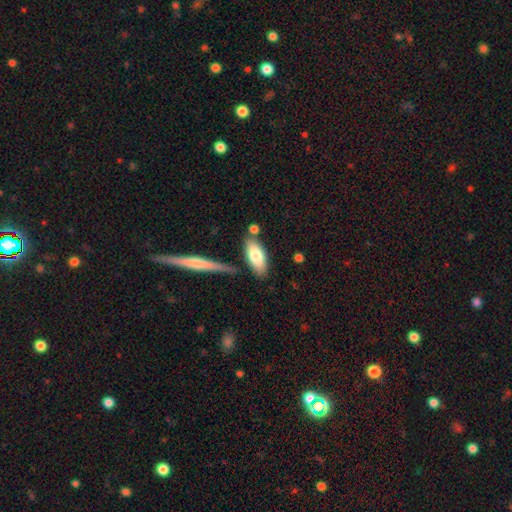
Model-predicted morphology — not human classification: This is likely a smooth galaxy (76%). How rounded: likely in between (76%). Merging: likely none (70%).